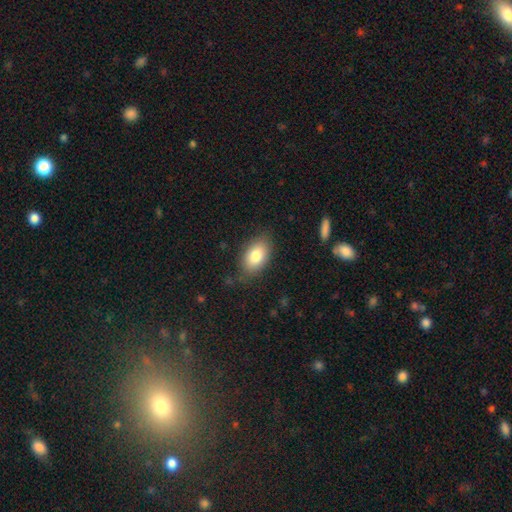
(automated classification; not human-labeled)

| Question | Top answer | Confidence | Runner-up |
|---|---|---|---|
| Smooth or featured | smooth | 81% | featured or disk (11%) |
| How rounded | in between | 90% | round (8%) |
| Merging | none | 77% | minor disturbance (17%) |